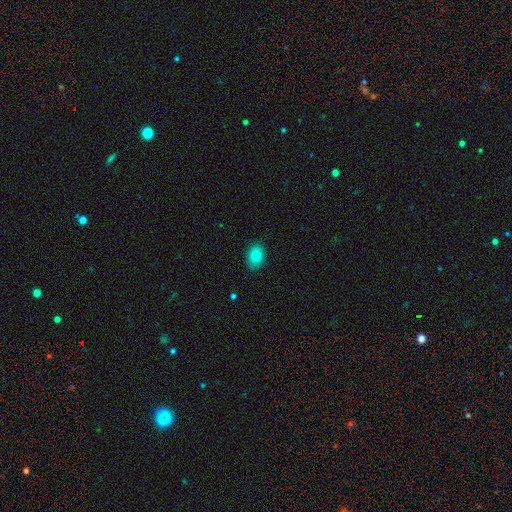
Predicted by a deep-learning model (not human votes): smooth 83%, star or artifact 9%, featured or disk 8%. Down the decision tree: how rounded — in between (77%); merging — none (87%).